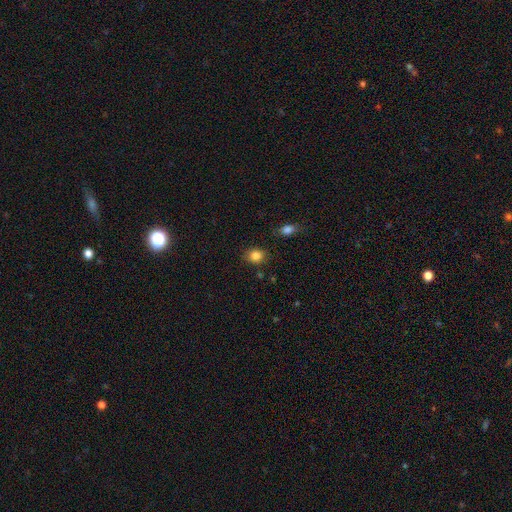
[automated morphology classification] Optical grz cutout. It shows a smooth galaxy with no disk features (85%) that is round (61%). Merging: none (83%).